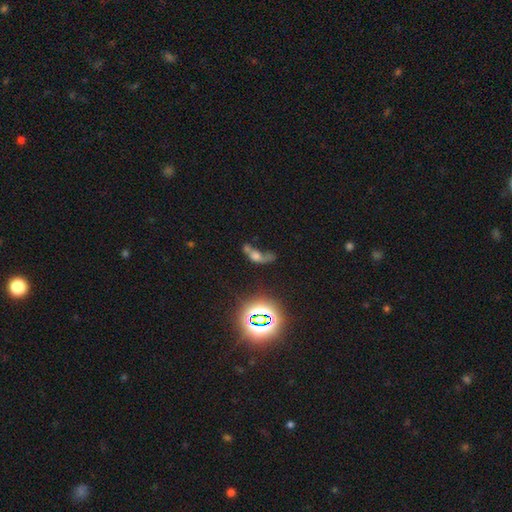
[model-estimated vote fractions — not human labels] Smooth or featured? smooth (39%)
Merging? merger (34%)